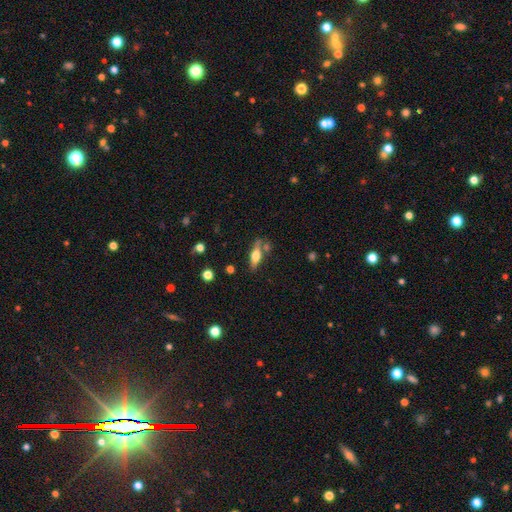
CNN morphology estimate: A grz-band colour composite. It shows a smooth galaxy with no disk features (49%). Merging: none (67%).